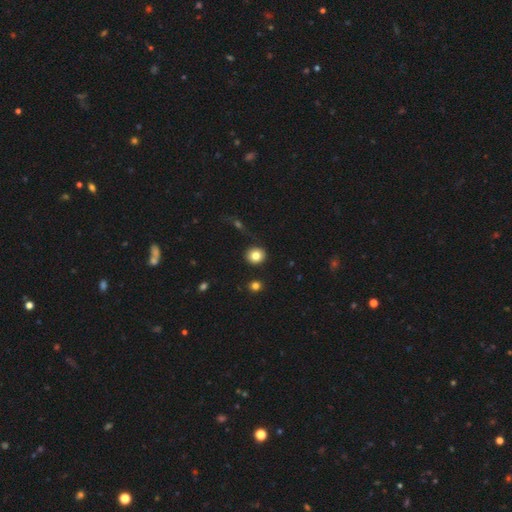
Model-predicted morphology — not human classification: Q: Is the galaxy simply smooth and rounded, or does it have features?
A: smooth — 82%.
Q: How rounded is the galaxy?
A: round — 86%.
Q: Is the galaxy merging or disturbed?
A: none — 89%.